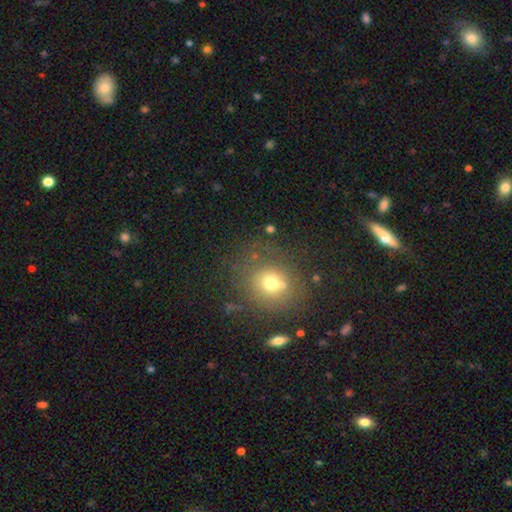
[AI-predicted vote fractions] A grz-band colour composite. It shows a smooth galaxy with no disk features (62%) that is round (81%). Merging: none (81%).